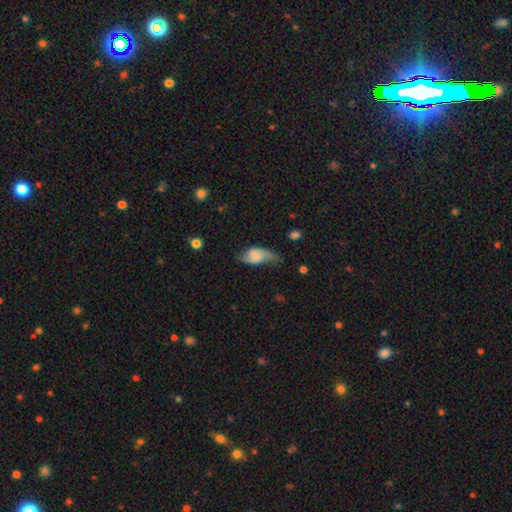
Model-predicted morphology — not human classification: featured or disk 54%, smooth 38%, star or artifact 8%. Down the decision tree: edge-on disk — no (95%); bar — no (48%); spiral arms — yes (89%); bulge size — none (41%); merging — none (48%).